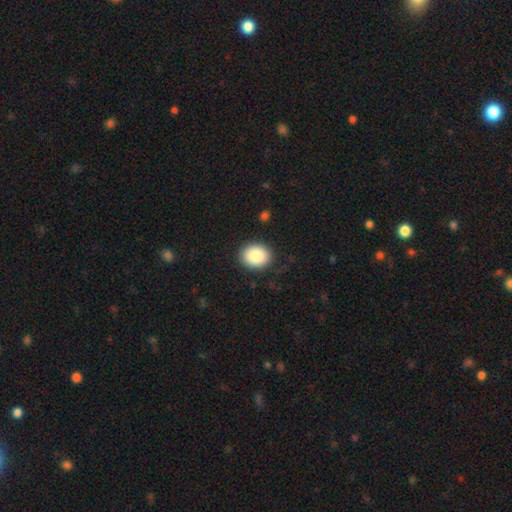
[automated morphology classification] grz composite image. It shows a smooth galaxy with no disk features (88%) that is round (56%). Merging: none (86%).